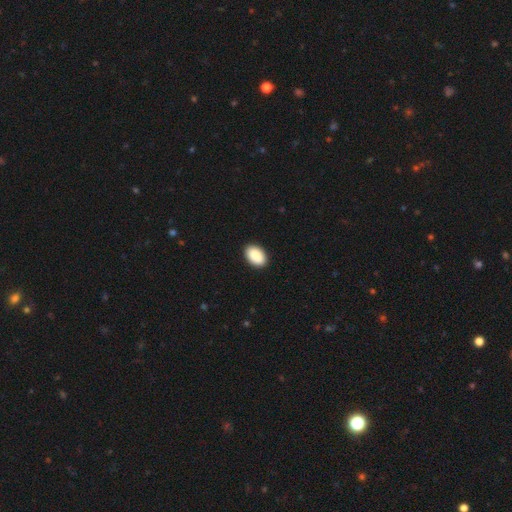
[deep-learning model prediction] smooth 91%, star or artifact 6%, featured or disk 3%. Down the decision tree: how rounded — in between (92%); merging — none (91%).